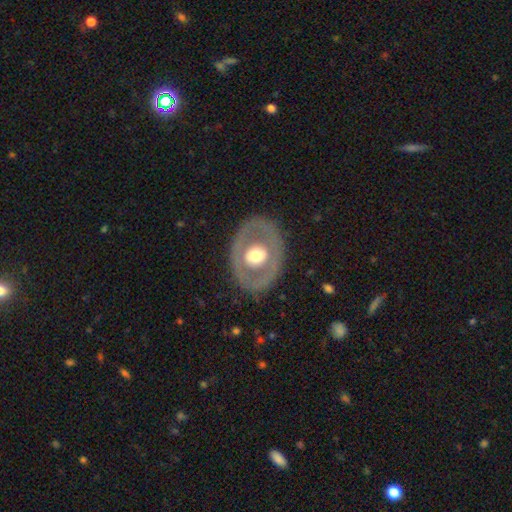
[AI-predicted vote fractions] smooth_or_featured: featured or disk (p=0.56) [alt: smooth p=0.38]
disk_edge_on: no (p=0.92) [alt: yes p=0.08]
bar: no (p=0.80) [alt: weak p=0.14]
has_spiral_arms: no (p=0.90) [alt: yes p=0.10]
bulge_size: moderate (p=0.56) [alt: large p=0.35]
merging: none (p=0.80) [alt: minor disturbance p=0.12]